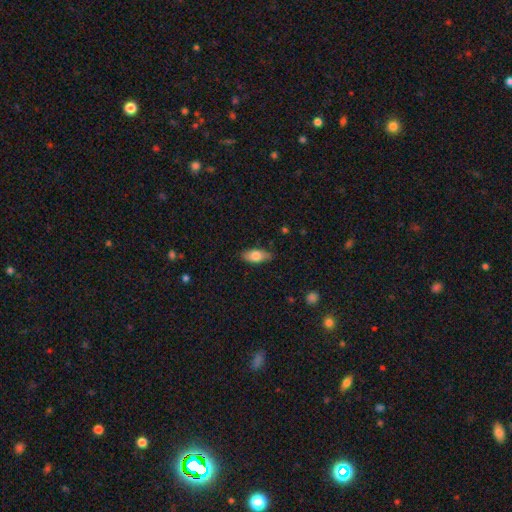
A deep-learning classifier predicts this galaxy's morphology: This appears to be a smooth galaxy with no disk features (78%) that is in between round and cigar-shaped (86%). Merging: none (83%).